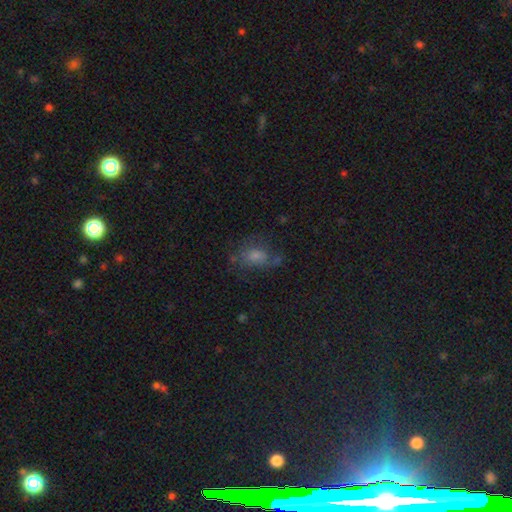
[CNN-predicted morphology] smooth_or_featured: smooth (p=0.51) [alt: star or artifact p=0.26]
how_rounded: in between (p=0.69) [alt: round p=0.28]
merging: none (p=0.53) [alt: minor disturbance p=0.23]